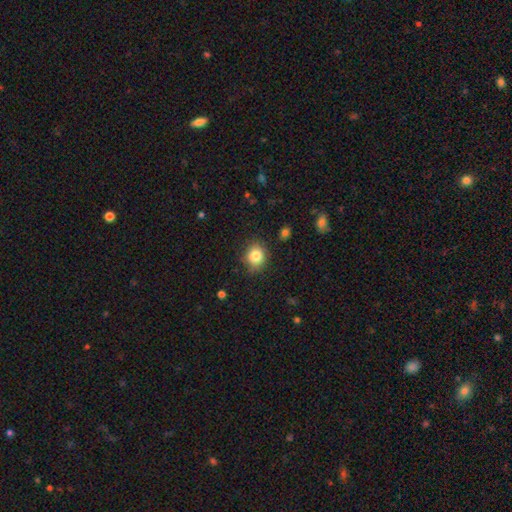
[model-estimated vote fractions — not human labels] This appears to be a smooth galaxy with no disk features (83%) that is round (74%). Merging: none (83%).